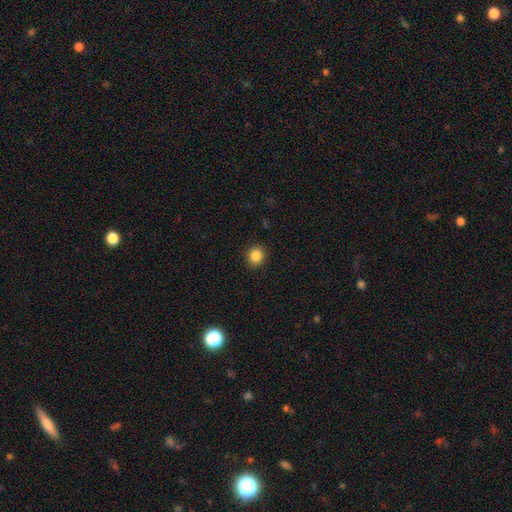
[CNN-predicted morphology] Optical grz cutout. It shows a smooth galaxy with no disk features (86%) that is round (81%). Merging: none (90%).